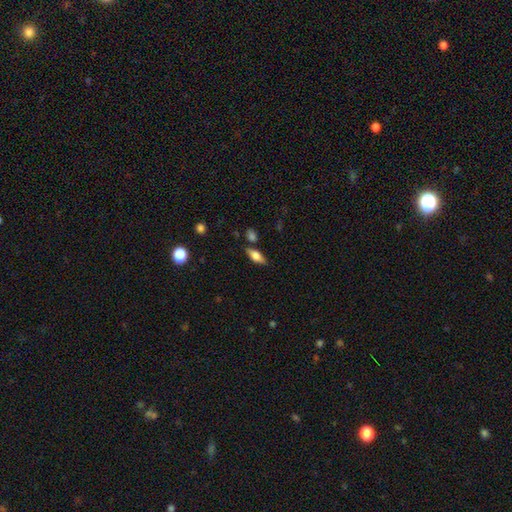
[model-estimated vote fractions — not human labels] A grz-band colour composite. It shows a smooth galaxy with no disk features (58%) that is in between round and cigar-shaped (73%). Merging: none (77%).